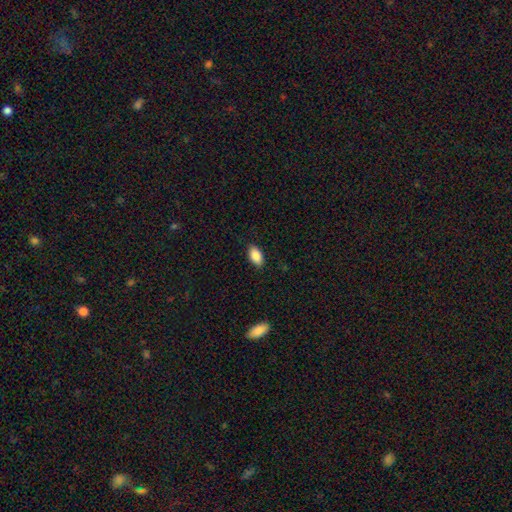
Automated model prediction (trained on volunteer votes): Smooth or featured? Predicted: smooth (p=0.88). How rounded? Predicted: in between (p=0.93). Merging? Predicted: none (p=0.88).